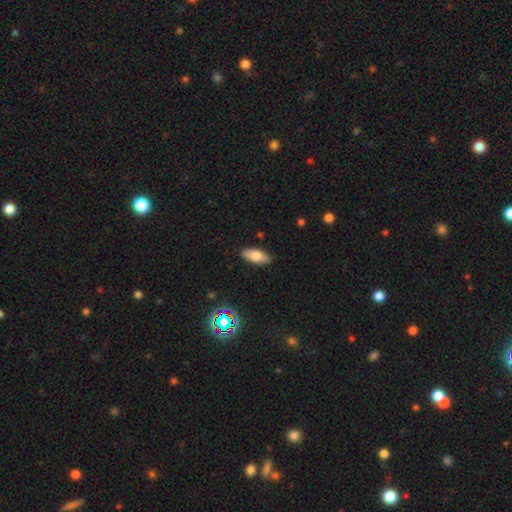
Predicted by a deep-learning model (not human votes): The model was most divided on "smooth or featured": smooth: 75%, featured or disk: 17%, star or artifact: 7%. More confident: merging — none (87%); how rounded — in between (82%).